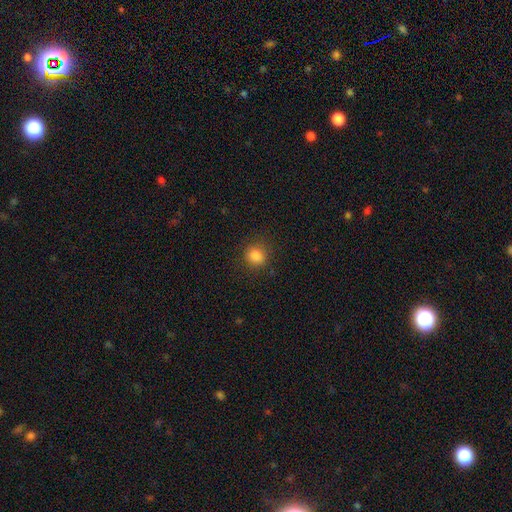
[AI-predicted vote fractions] Morphology: type=smooth (85%); roundness=round (75%); merging=none (85%).